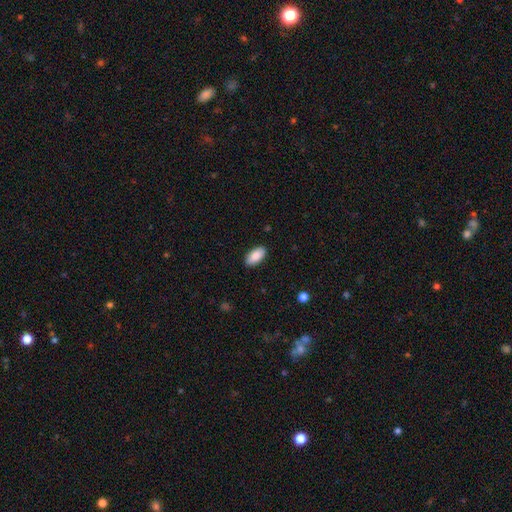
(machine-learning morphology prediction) Q: Smooth or featured?
A: smooth (89%); runner-up: star or artifact (6%)
Q: How rounded?
A: in between (93%); runner-up: cigar-shaped (5%)
Q: Merging?
A: none (89%); runner-up: minor disturbance (8%)